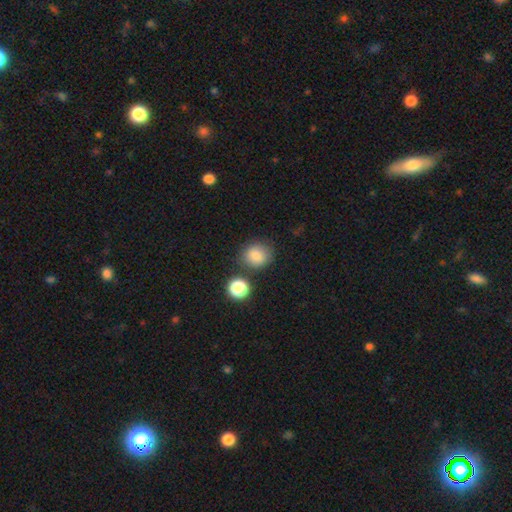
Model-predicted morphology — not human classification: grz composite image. It shows a smooth galaxy with no disk features (83%) that is round (76%). Merging: none (75%).